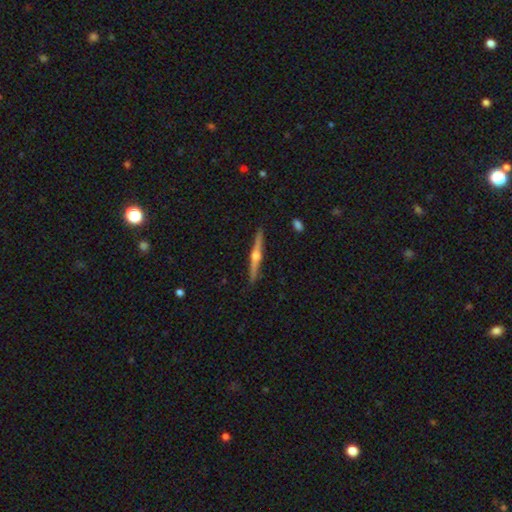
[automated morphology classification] type=featured or disk (80%); edge-on=yes (98%); edge-on bulge=rounded (95%); merging=none (92%).